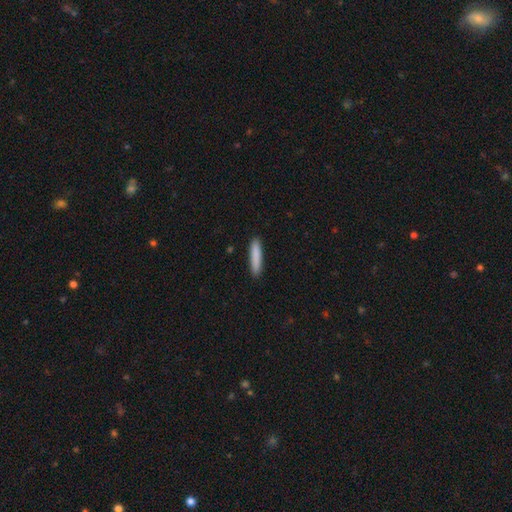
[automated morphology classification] Smooth or featured? smooth (86%)
How rounded? cigar-shaped (90%)
Merging? none (90%)